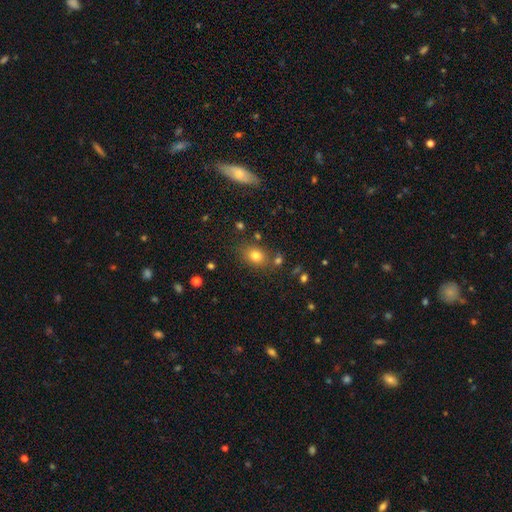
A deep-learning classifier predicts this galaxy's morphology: Overall: smooth (77%). How rounded: in between (54%; round 44%). Merging: none (75%).